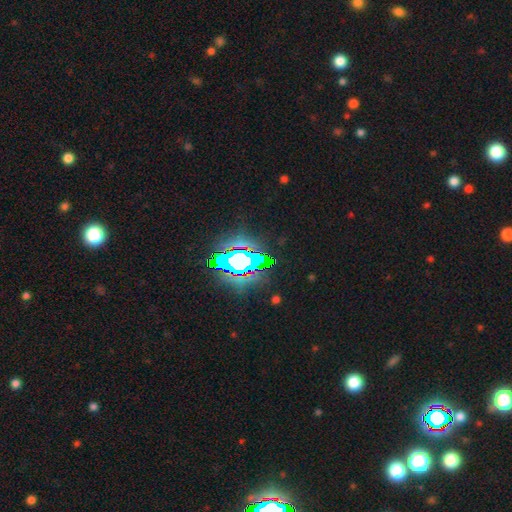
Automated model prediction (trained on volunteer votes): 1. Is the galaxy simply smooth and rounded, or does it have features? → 70% star or artifact, 17% featured or disk, 14% smooth.